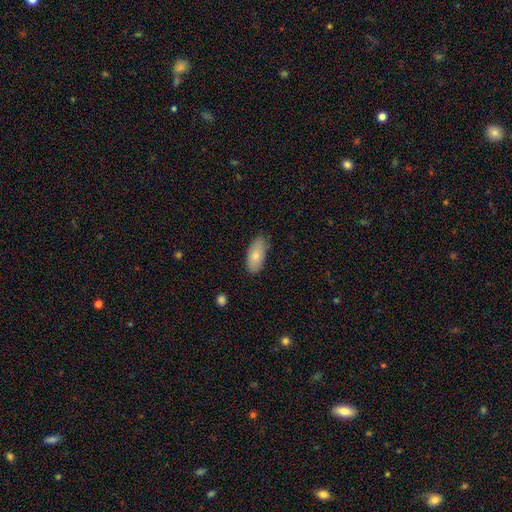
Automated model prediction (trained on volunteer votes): smooth-or-featured: smooth: 78% | featured or disk: 15% | star or artifact: 7%
  how-rounded: in between: 91% | cigar-shaped: 6% | round: 3%
  merging: none: 73% | minor disturbance: 22% | major disturbance: 4% | merger: 1%